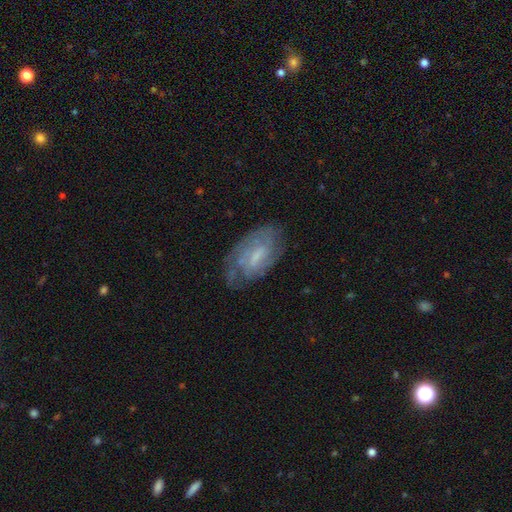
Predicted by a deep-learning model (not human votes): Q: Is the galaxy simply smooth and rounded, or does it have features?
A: featured or disk — 69%.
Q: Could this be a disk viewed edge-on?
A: no — 95%.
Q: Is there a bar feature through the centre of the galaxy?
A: weak — 53%.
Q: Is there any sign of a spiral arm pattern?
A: yes — 84%.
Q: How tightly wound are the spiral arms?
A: tight — 54%.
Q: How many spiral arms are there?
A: can't tell — 46%.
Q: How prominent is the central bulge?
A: small — 39%.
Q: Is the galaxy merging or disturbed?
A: none — 64%.